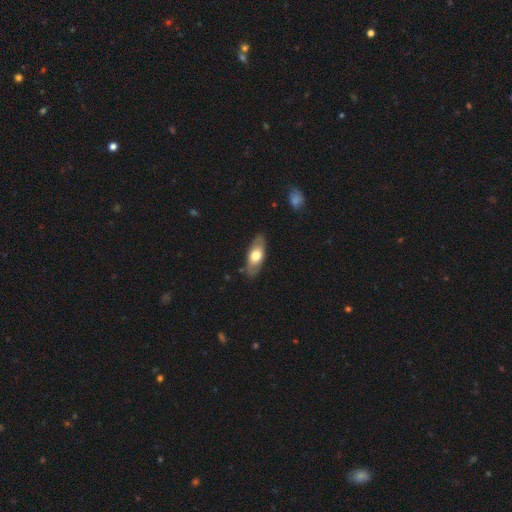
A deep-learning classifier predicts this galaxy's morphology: type=smooth (61%); roundness=in between (80%); merging=none (83%).